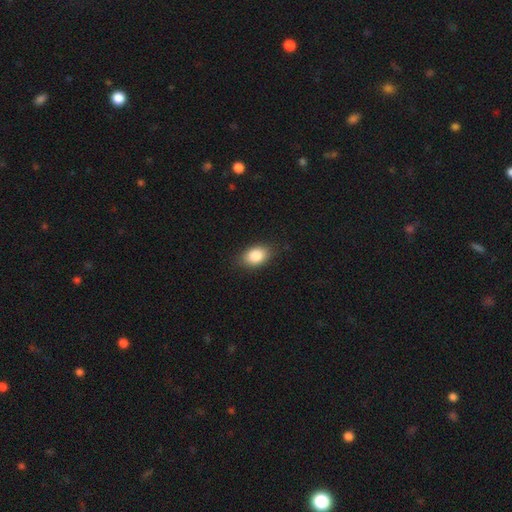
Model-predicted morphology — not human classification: A smooth galaxy with no disk features (86%) that is in between round and cigar-shaped (84%).

Vote fractions:
- Smooth or featured? smooth: 86% / star or artifact: 7% / featured or disk: 7%
- How rounded? in between: 84% / round: 15% / cigar-shaped: 2%
- Merging? none: 84% / minor disturbance: 12% / major disturbance: 3% / merger: 1%